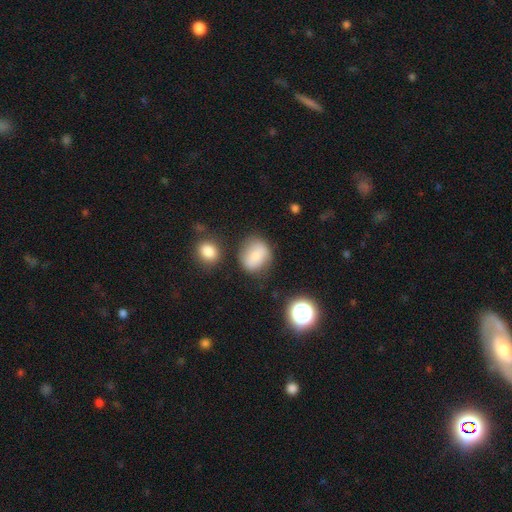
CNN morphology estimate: A smooth galaxy with no disk features (76%) that is round (60%).

Vote fractions:
- Smooth or featured? smooth: 76% / featured or disk: 14% / star or artifact: 10%
- How rounded? round: 60% / in between: 38% / cigar-shaped: 1%
- Merging? none: 69% / minor disturbance: 19% / major disturbance: 6% / merger: 6%